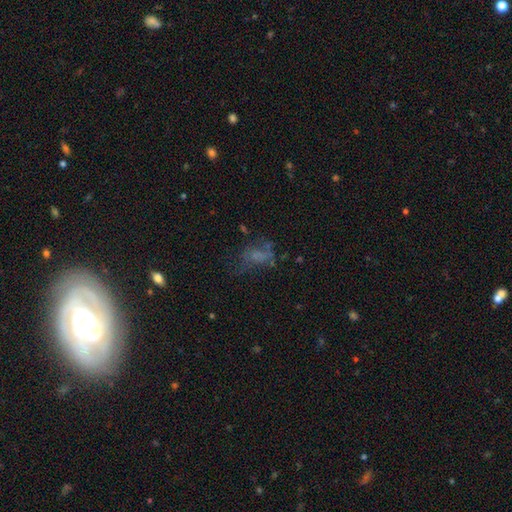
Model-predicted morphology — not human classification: Q: Smooth or featured?
A: smooth (40%); runner-up: featured or disk (33%)
Q: Merging?
A: none (42%); runner-up: major disturbance (34%)